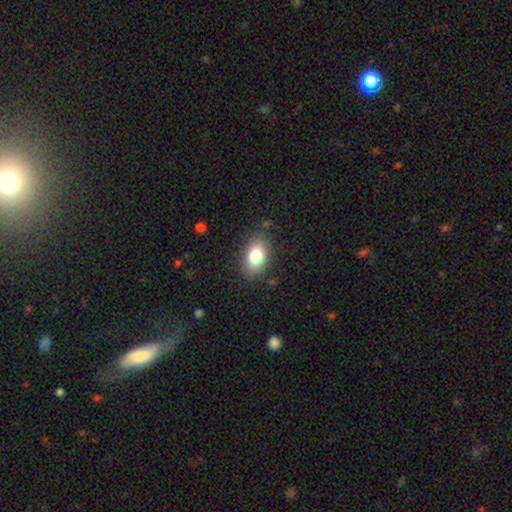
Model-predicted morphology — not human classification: The model was most divided on "merging": none: 84%, minor disturbance: 12%, major disturbance: 3%, merger: 1%. More confident: how rounded — in between (88%); smooth or featured — smooth (82%).